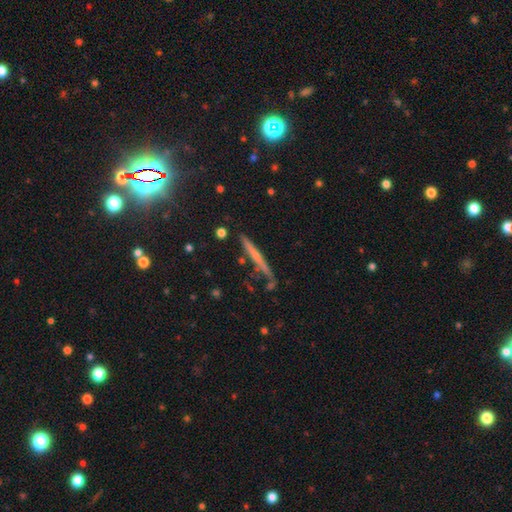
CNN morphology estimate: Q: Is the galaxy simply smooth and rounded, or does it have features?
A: featured or disk — 51%.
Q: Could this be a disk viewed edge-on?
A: yes — 96%.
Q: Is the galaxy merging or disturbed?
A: none — 80%.